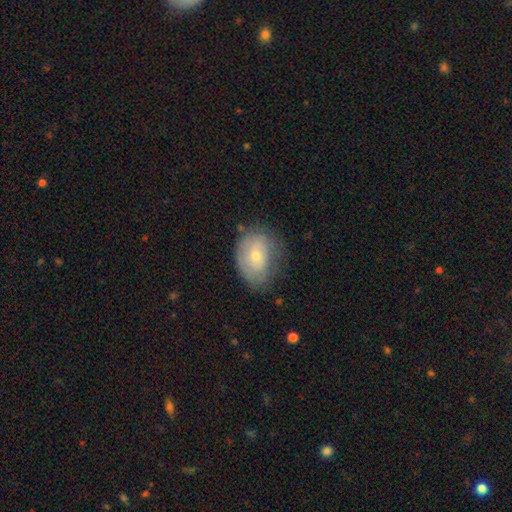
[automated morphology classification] smooth-or-featured: smooth: 54% | featured or disk: 38% | star or artifact: 8%
  how-rounded: in between: 70% | round: 29% | cigar-shaped: 1%
  merging: none: 61% | minor disturbance: 27% | major disturbance: 10% | merger: 2%